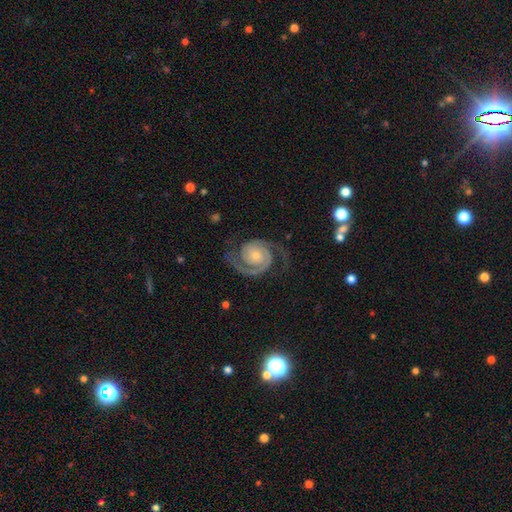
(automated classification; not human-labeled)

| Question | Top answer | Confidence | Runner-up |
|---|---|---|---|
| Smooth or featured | featured or disk | 92% | star or artifact (4%) |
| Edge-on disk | no | 98% | yes (2%) |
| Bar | no | 75% | weak (19%) |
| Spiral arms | yes | 98% | no (2%) |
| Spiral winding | tight | 47% | medium (43%) |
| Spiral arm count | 2 | 93% | 3 (2%) |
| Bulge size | small | 59% | moderate (34%) |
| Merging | none | 76% | minor disturbance (15%) |